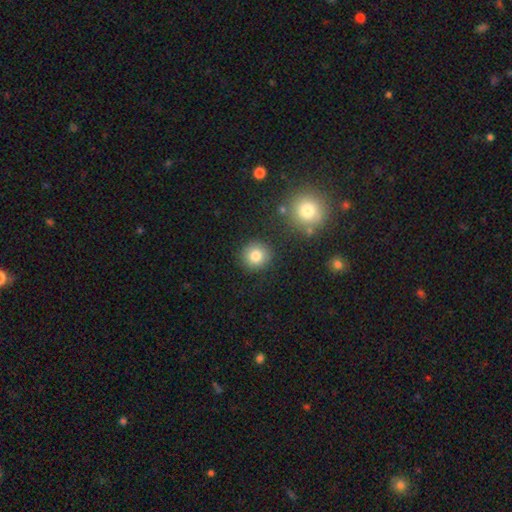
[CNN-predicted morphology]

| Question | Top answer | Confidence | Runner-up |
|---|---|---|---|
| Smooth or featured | smooth | 81% | star or artifact (11%) |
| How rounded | round | 92% | in between (7%) |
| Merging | none | 88% | minor disturbance (7%) |